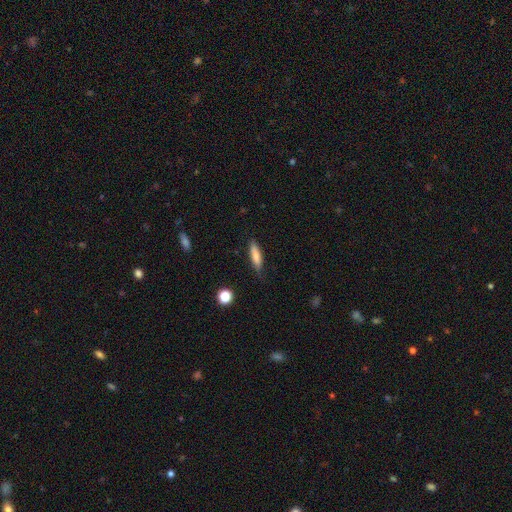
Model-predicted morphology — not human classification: smooth 75%, featured or disk 18%, star or artifact 7%. Down the decision tree: how rounded — cigar-shaped (69%); merging — none (79%).